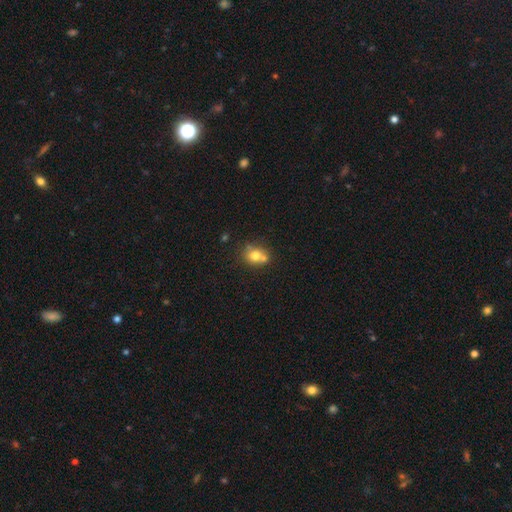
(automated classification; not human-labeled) Smooth or featured? smooth (73%)
How rounded? round (70%)
Merging? none (48%)